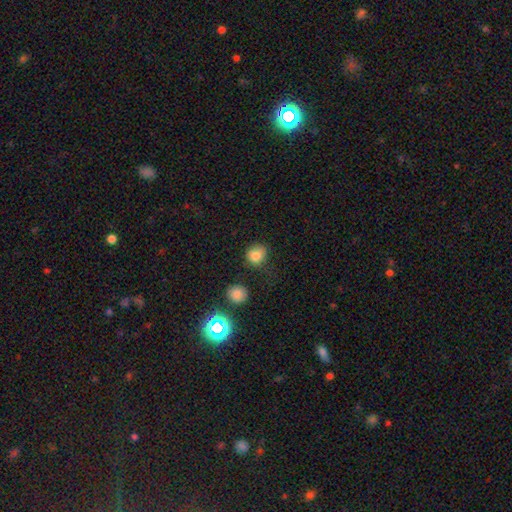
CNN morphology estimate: This appears to be a smooth galaxy with no disk features (81%) that is round (80%). Merging: none (70%).